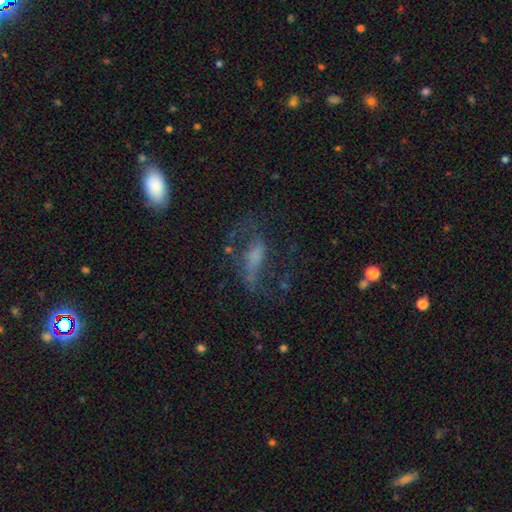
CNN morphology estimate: Smooth or featured? featured or disk (58%)
Edge-on disk? no (90%)
Bar? no (43%)
Spiral arms? yes (66%)
Bulge size? small (33%)
Merging? none (45%)